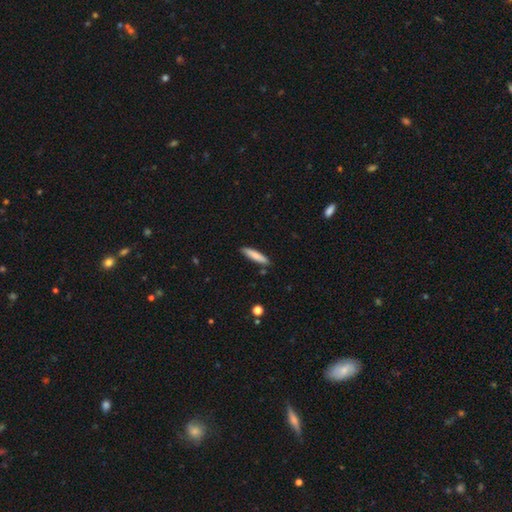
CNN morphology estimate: Smooth or featured?
  - smooth: 78% *
  - featured or disk: 16%
  - star or artifact: 6%
How rounded?
  - cigar-shaped: 83% *
  - in between: 16%
  - round: 1%
Merging?
  - none: 87% *
  - minor disturbance: 9%
  - merger: 2%
  - major disturbance: 2%